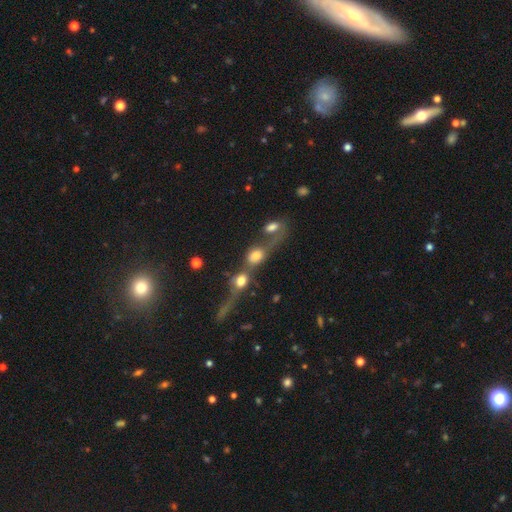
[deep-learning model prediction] Overall: smooth (67%). How rounded: round (48%; in between 47%). Merging: merger (70%).